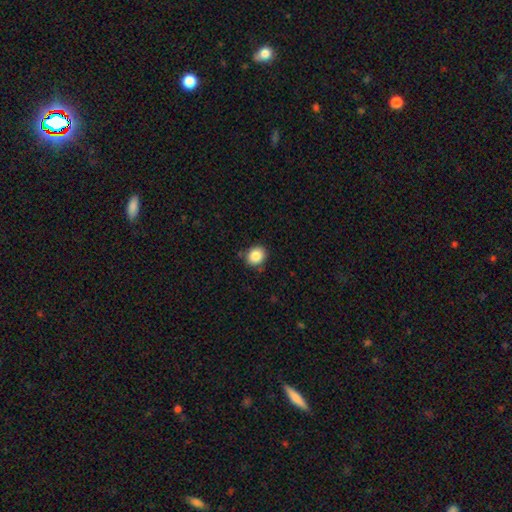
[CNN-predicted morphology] Smooth or featured? Predicted: smooth (p=0.86). How rounded? Predicted: round (p=0.72). Merging? Predicted: none (p=0.85).